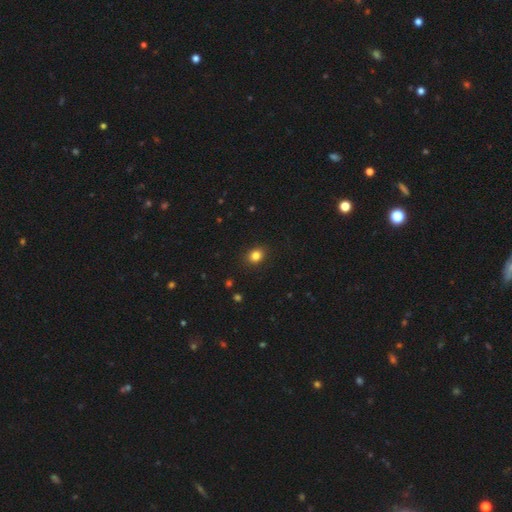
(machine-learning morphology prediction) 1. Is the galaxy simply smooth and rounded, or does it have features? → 83% smooth, 12% star or artifact, 5% featured or disk.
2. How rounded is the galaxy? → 59% round, 40% in between, 1% cigar-shaped.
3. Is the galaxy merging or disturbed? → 89% none, 8% minor disturbance, 2% major disturbance, 1% merger.